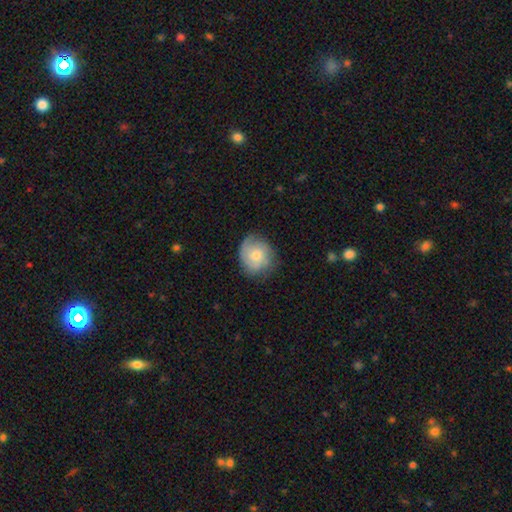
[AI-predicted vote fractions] This appears to be a smooth galaxy with no disk features (47%). Merging: none (72%).